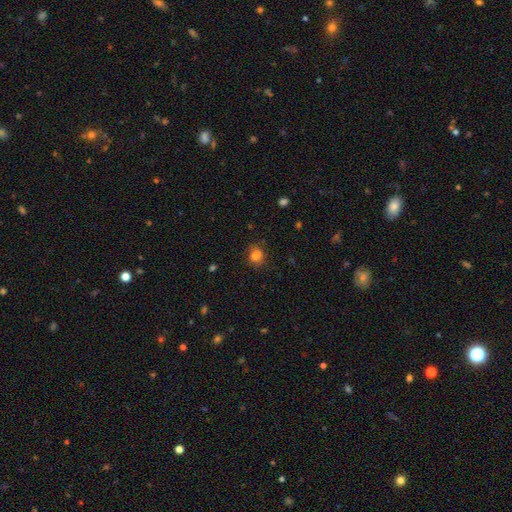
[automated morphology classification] type=smooth (80%); roundness=round (63%); merging=none (75%).